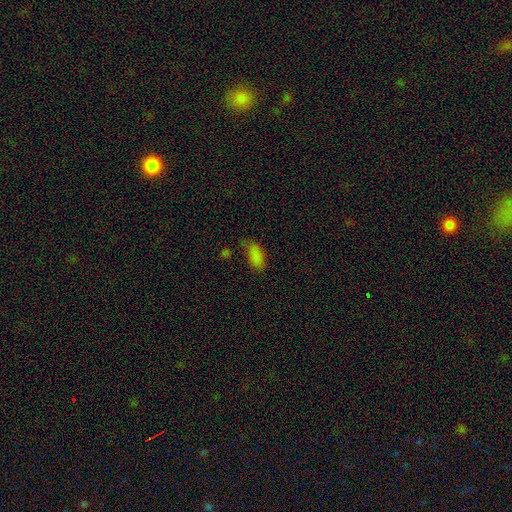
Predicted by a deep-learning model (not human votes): This appears to be a smooth galaxy with no disk features (81%) that is in between round and cigar-shaped (91%). Merging: none (61%).